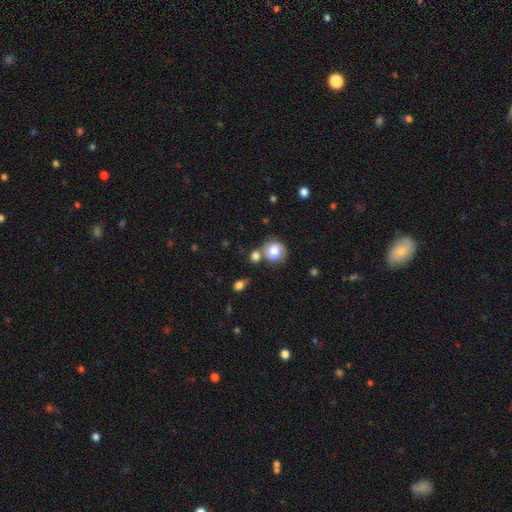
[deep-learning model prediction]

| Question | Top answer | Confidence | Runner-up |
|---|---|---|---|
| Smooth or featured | smooth | 76% | featured or disk (13%) |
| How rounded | round | 70% | in between (28%) |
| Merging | none | 55% | merger (23%) |